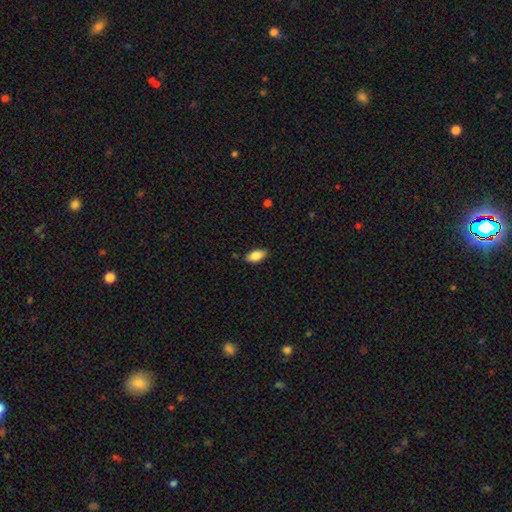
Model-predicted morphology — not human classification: This appears to be a smooth galaxy with no disk features (83%) that is in between round and cigar-shaped (91%). Merging: none (86%).